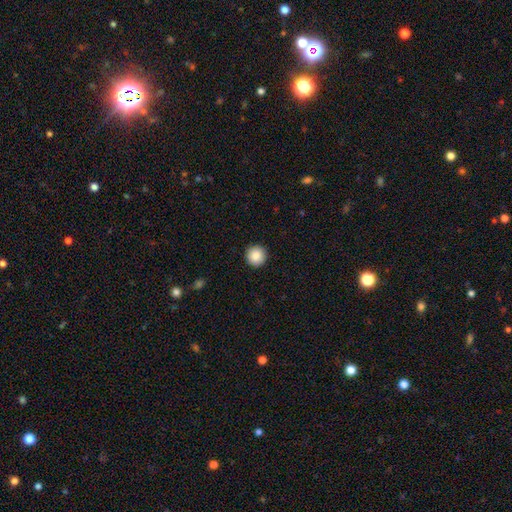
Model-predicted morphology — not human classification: This appears to be a smooth galaxy with no disk features (86%) that is round (96%). Merging: none (93%).